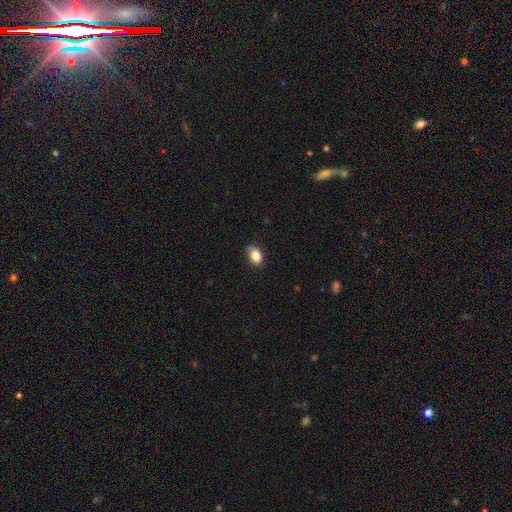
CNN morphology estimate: Smooth or featured?
  - smooth: 84% *
  - star or artifact: 9%
  - featured or disk: 7%
How rounded?
  - in between: 79% *
  - round: 20%
  - cigar-shaped: 1%
Merging?
  - none: 63% *
  - minor disturbance: 30%
  - major disturbance: 6%
  - merger: 2%